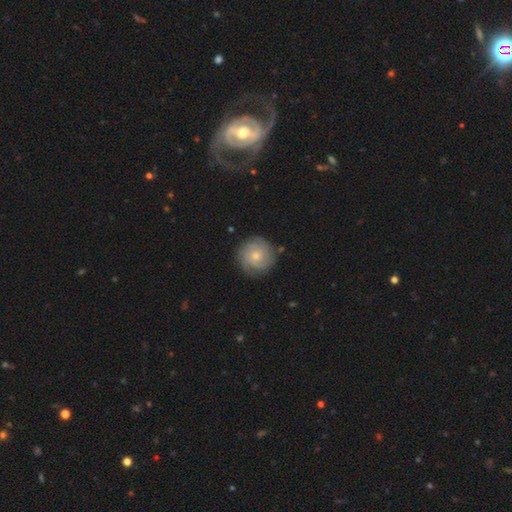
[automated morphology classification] smooth-or-featured: featured or disk: 65% | smooth: 29% | star or artifact: 7%
  disk-edge-on: no: 98% | yes: 2%
    bar: no: 79% | weak: 19% | strong: 2%
    has-spiral-arms: yes: 91% | no: 9%
      spiral-winding: tight: 68% | medium: 25% | loose: 7%
      spiral-arm-count: can't tell: 35% | 3: 23% | 2: 17% | 4: 13% | 1: 6% | more than 4: 6%
    bulge-size: small: 55% | moderate: 41% | large: 2% | none: 2% | dominant: 1%
  merging: none: 84% | minor disturbance: 11% | major disturbance: 3% | merger: 2%